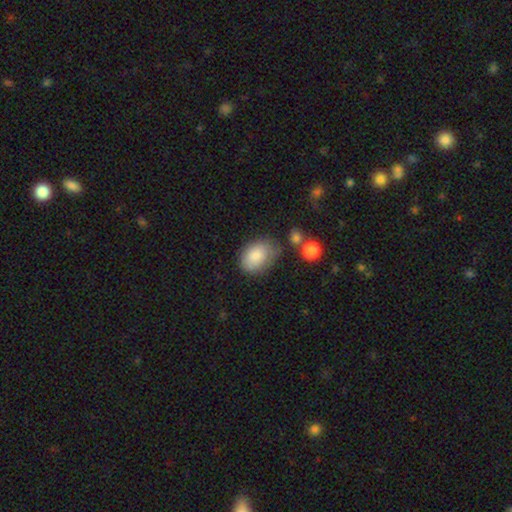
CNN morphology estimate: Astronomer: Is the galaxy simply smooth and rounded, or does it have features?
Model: smooth — 84%.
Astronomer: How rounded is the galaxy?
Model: in between — 82%.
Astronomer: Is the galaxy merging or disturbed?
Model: none — 64%.